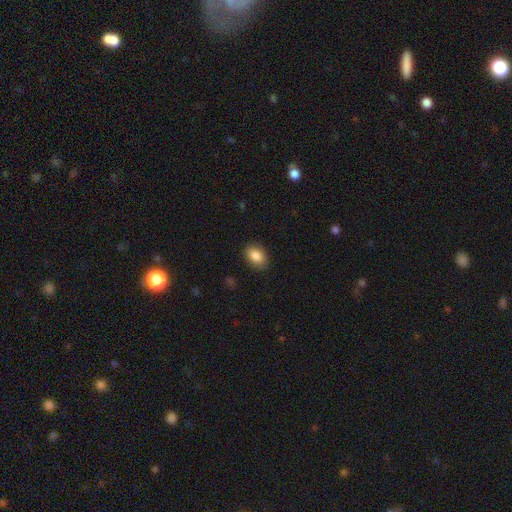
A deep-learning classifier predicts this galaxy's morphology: Smooth or featured? Predicted: smooth (p=0.86). How rounded? Predicted: in between (p=0.84). Merging? Predicted: none (p=0.87).